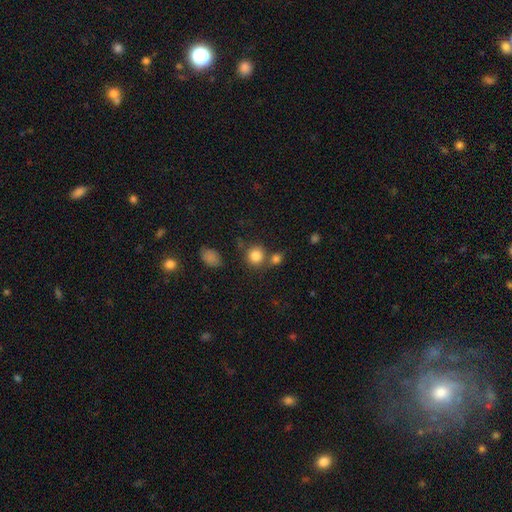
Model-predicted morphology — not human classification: smooth 83%, star or artifact 11%, featured or disk 6%. Down the decision tree: how rounded — round (87%); merging — none (64%).